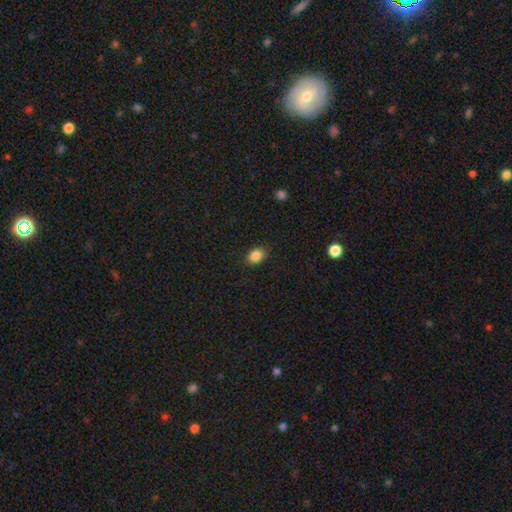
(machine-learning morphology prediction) Smooth or featured? smooth (86%)
How rounded? in between (65%)
Merging? none (87%)